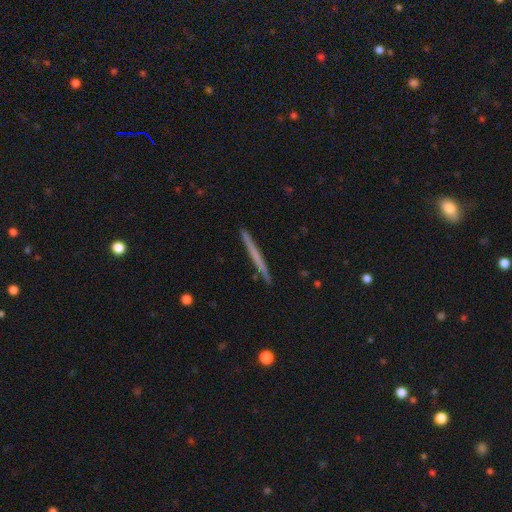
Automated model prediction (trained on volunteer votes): The model was most divided on "smooth or featured": smooth: 49%, featured or disk: 45%, star or artifact: 5%. More confident: merging — none (91%).